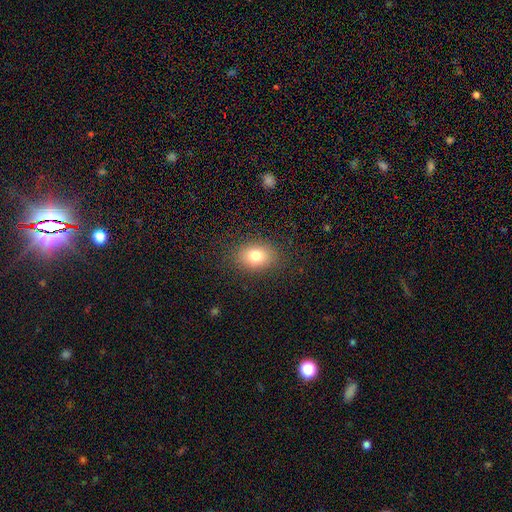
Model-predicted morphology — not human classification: This appears to be a smooth galaxy with no disk features (80%) that is in between round and cigar-shaped (70%). Merging: none (85%).